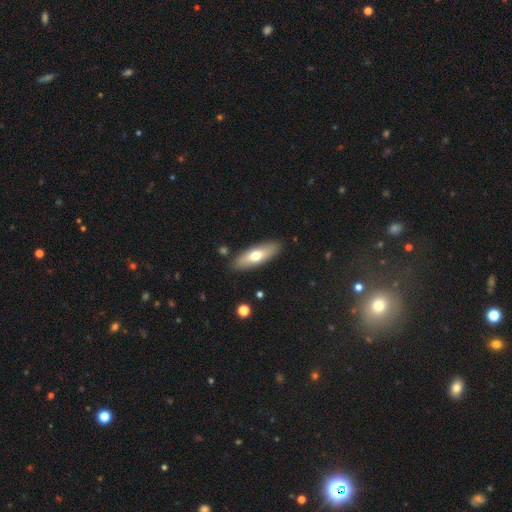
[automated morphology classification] smooth_or_featured: smooth (p=0.62) [alt: featured or disk p=0.33]
how_rounded: in between (p=0.59) [alt: cigar-shaped p=0.38]
merging: none (p=0.88) [alt: minor disturbance p=0.09]